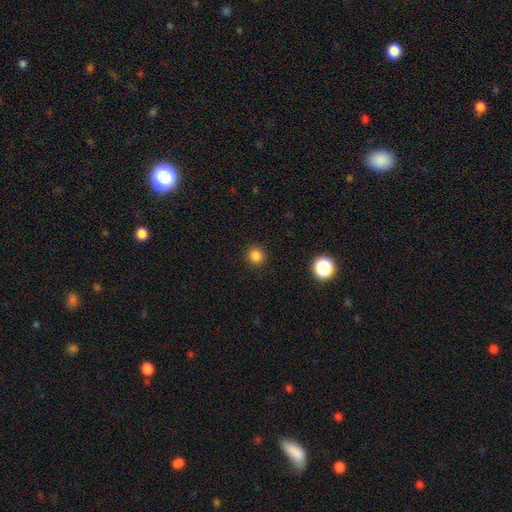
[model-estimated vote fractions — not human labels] Smooth or featured? smooth (84%)
How rounded? round (94%)
Merging? none (91%)